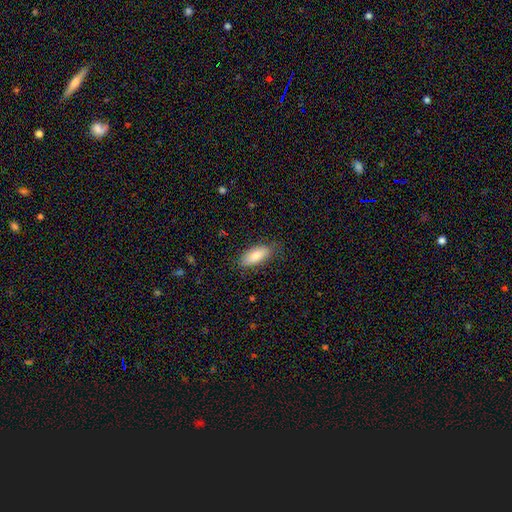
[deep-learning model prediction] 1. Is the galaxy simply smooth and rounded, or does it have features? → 80% smooth, 14% featured or disk, 7% star or artifact.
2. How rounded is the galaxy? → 81% in between, 17% cigar-shaped, 2% round.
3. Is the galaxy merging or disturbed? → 81% none, 15% minor disturbance, 3% major disturbance, 1% merger.